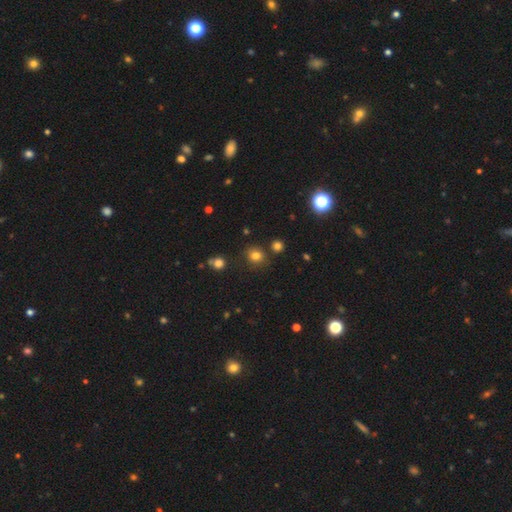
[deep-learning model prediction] Smooth or featured?
  - smooth: 78% *
  - star or artifact: 17%
  - featured or disk: 6%
How rounded?
  - round: 82% *
  - in between: 17%
  - cigar-shaped: 1%
Merging?
  - none: 81% *
  - minor disturbance: 10%
  - merger: 6%
  - major disturbance: 3%